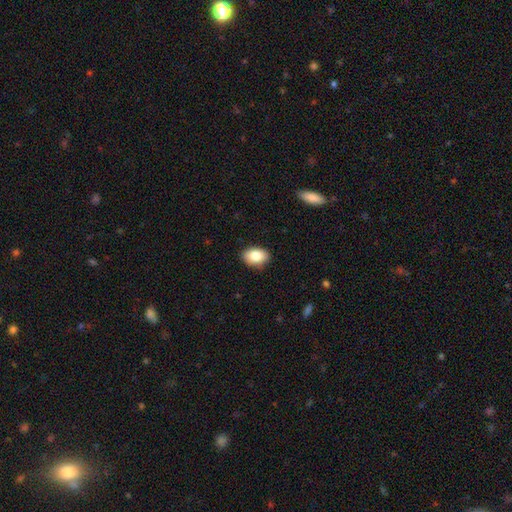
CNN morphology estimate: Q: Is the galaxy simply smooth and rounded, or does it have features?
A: smooth — 83%.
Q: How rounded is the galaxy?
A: in between — 86%.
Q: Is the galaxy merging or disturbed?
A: none — 87%.